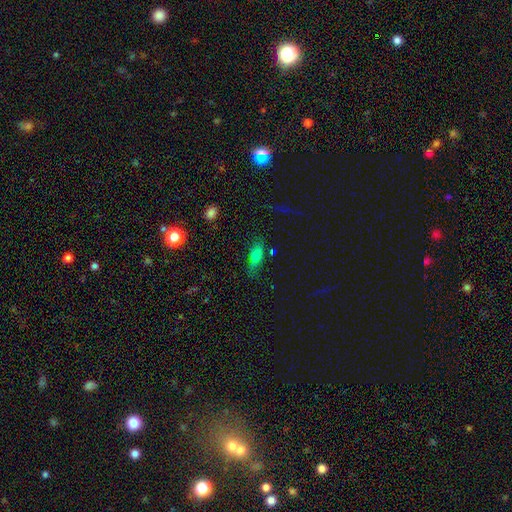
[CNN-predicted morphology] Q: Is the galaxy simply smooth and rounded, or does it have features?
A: smooth — 61%.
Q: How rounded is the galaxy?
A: in between — 66%.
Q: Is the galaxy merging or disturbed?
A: none — 64%.